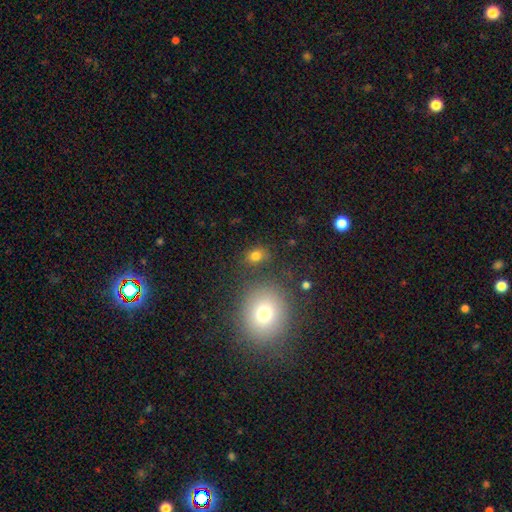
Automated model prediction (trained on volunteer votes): Smooth or featured? smooth (77%)
How rounded? in between (56%)
Merging? none (74%)